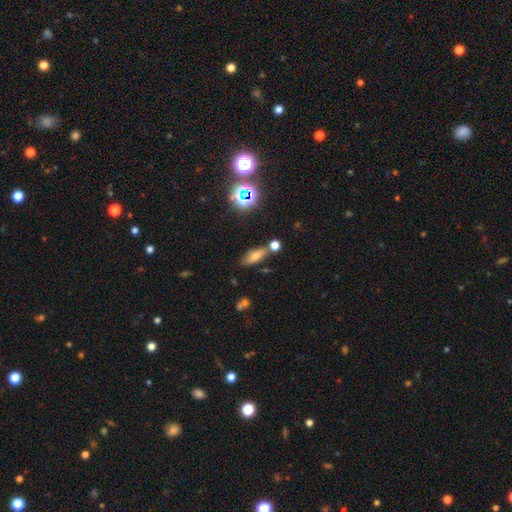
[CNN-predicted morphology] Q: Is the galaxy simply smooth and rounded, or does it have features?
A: smooth — 61%.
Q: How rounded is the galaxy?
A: in between — 61%.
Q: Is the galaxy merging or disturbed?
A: none — 65%.